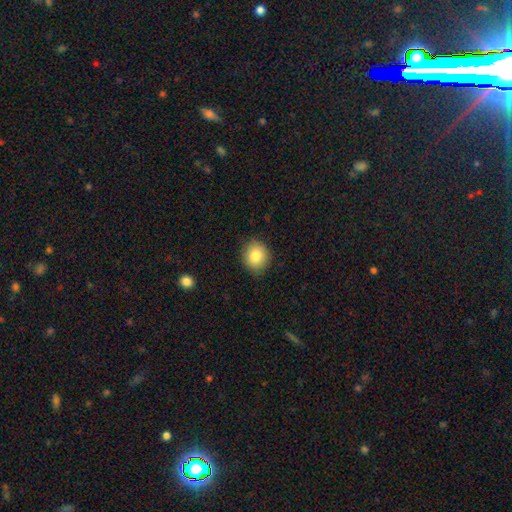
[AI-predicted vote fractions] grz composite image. It shows a smooth galaxy with no disk features (83%) that is round (77%). Merging: none (86%).